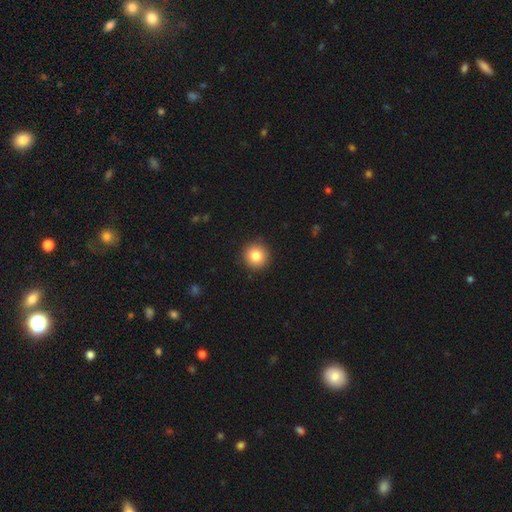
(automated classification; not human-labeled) Smooth or featured?
  - smooth: 83% *
  - star or artifact: 10%
  - featured or disk: 7%
How rounded?
  - round: 94% *
  - in between: 5%
  - cigar-shaped: 1%
Merging?
  - none: 92% *
  - minor disturbance: 5%
  - major disturbance: 2%
  - merger: 1%